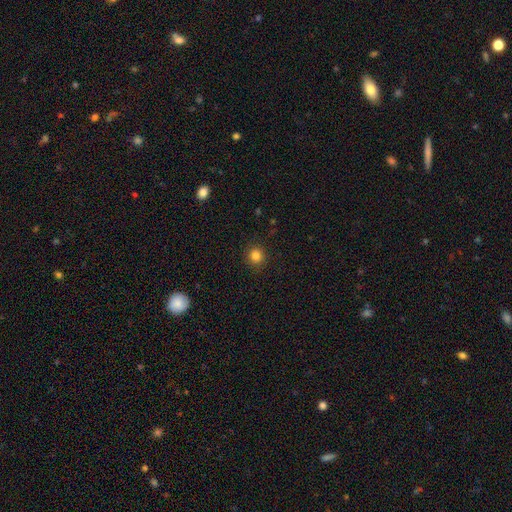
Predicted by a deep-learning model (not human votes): A smooth galaxy with no disk features (83%) that is round (91%).

Vote fractions:
- Smooth or featured? smooth: 83% / star or artifact: 13% / featured or disk: 4%
- How rounded? round: 91% / in between: 8% / cigar-shaped: 1%
- Merging? none: 91% / minor disturbance: 6% / major disturbance: 2% / merger: 1%